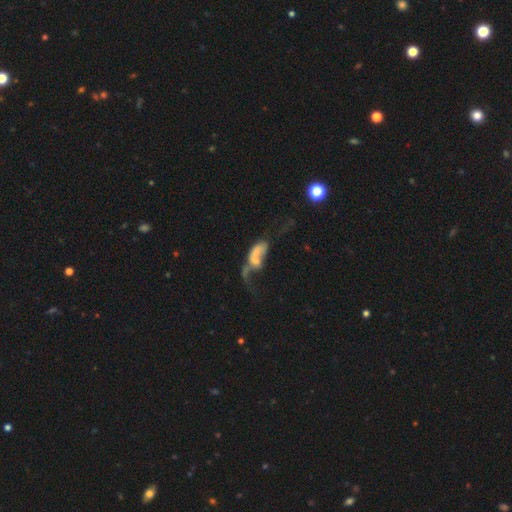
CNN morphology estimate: Overall: smooth (46%; featured or disk 43%). Merging: merger (56%; major disturbance 27%).